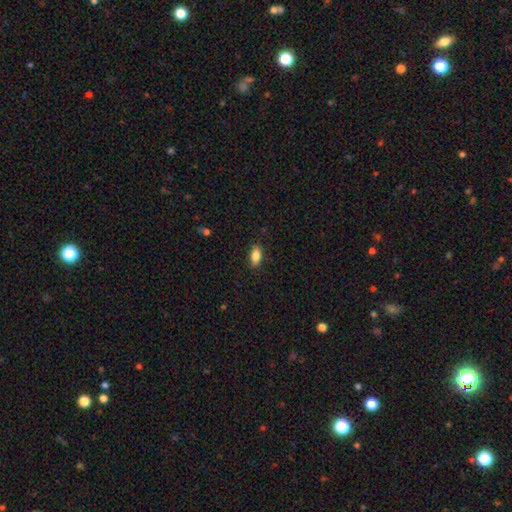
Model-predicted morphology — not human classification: Smooth or featured? smooth (84%)
How rounded? in between (88%)
Merging? none (86%)